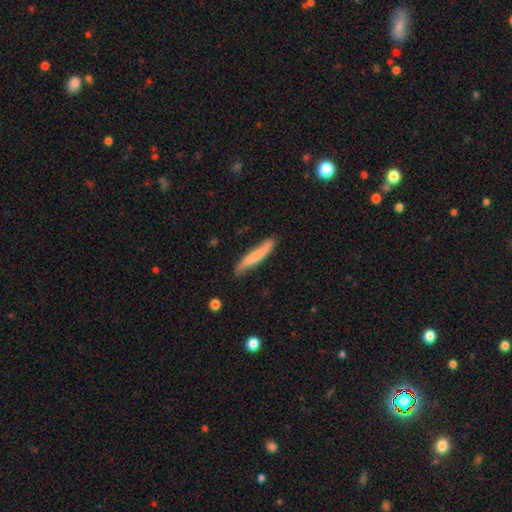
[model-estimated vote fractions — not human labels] smooth 60%, featured or disk 34%, star or artifact 6%. Down the decision tree: how rounded — cigar-shaped (91%); merging — none (72%).